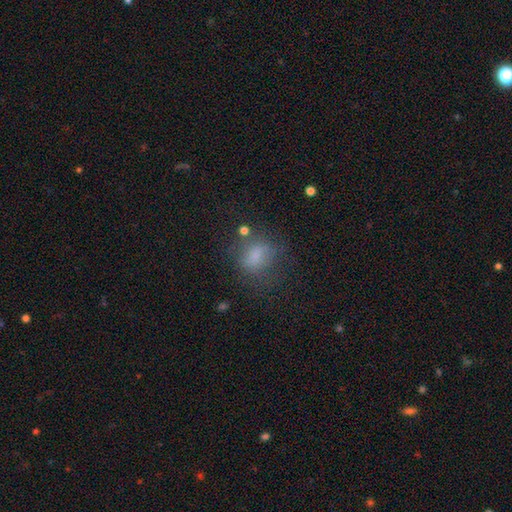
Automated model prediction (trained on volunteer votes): Morphology: type=smooth (68%); roundness=in between (50%); merging=none (55%).